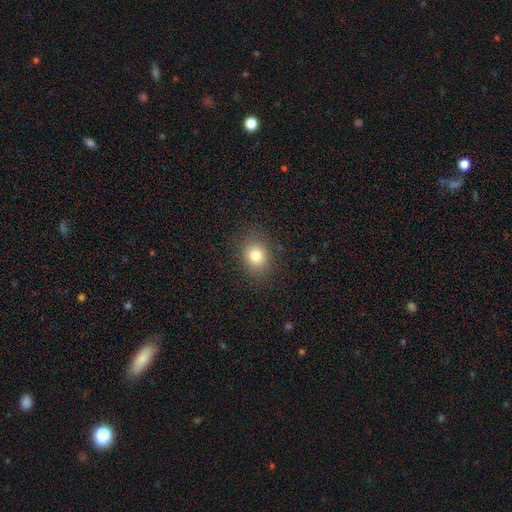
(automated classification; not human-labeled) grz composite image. It shows a smooth galaxy with no disk features (78%) that is round (65%). Merging: none (86%).